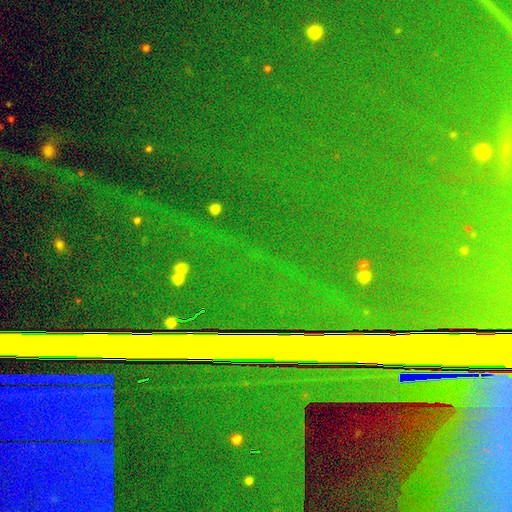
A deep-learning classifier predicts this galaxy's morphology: smooth-or-featured: star or artifact: 86% | featured or disk: 8% | smooth: 6%